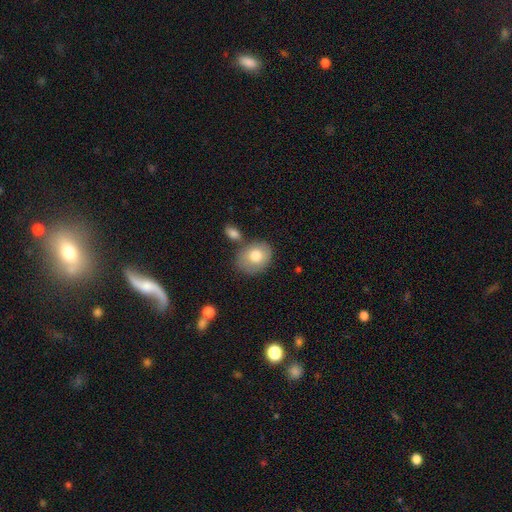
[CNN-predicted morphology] type=smooth (76%); roundness=in between (53%); merging=none (64%).